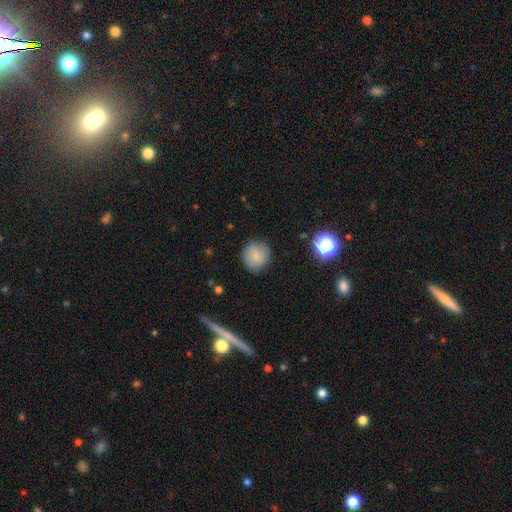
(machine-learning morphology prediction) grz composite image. It shows a smooth galaxy with no disk features (82%) that is round (90%). Merging: none (84%).